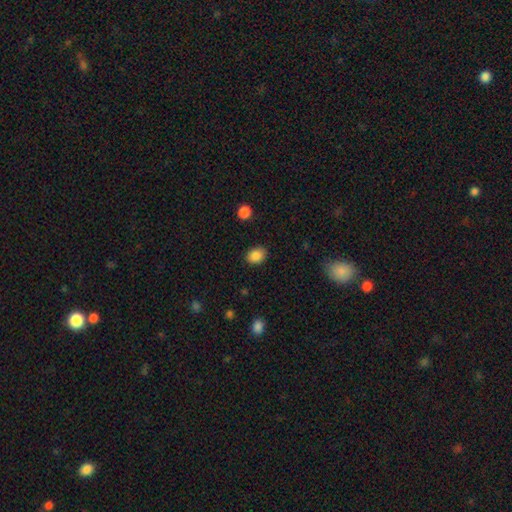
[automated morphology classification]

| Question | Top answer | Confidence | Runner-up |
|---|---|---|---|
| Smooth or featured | smooth | 87% | star or artifact (9%) |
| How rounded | in between | 61% | round (38%) |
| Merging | none | 86% | minor disturbance (10%) |